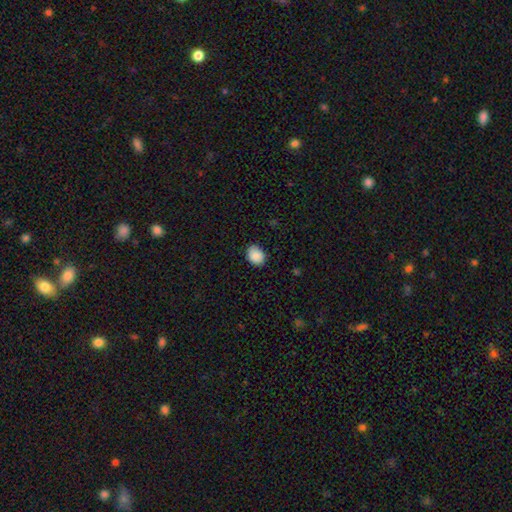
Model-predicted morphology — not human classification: This appears to be a smooth galaxy with no disk features (90%) that is in between round and cigar-shaped (57%). Merging: none (83%).